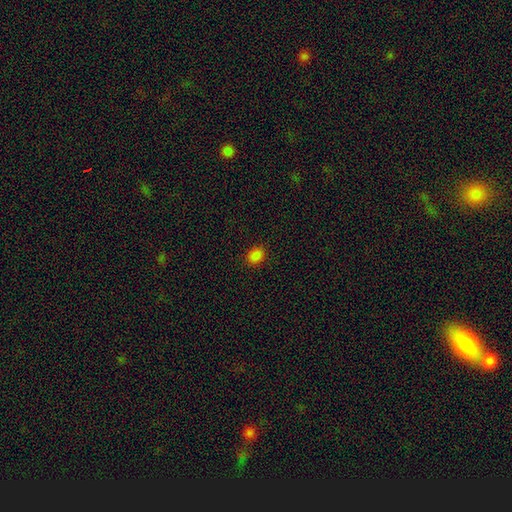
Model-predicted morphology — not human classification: Smooth or featured: smooth — 84% (star or artifact — 13%)
How rounded: in between — 59% (round — 40%)
Merging: none — 89% (minor disturbance — 8%)